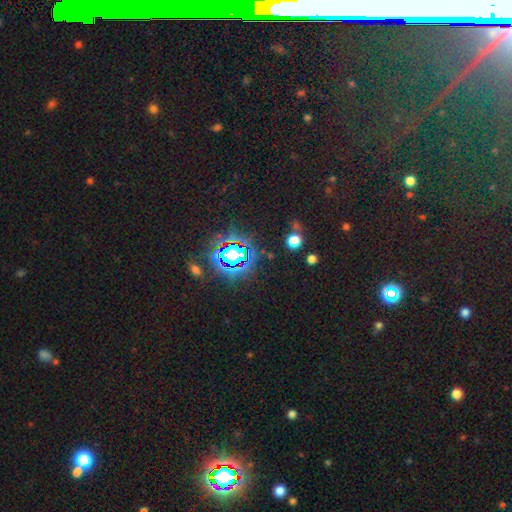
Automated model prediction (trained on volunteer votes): This appears to be a star or artifact, not a galaxy (81%).